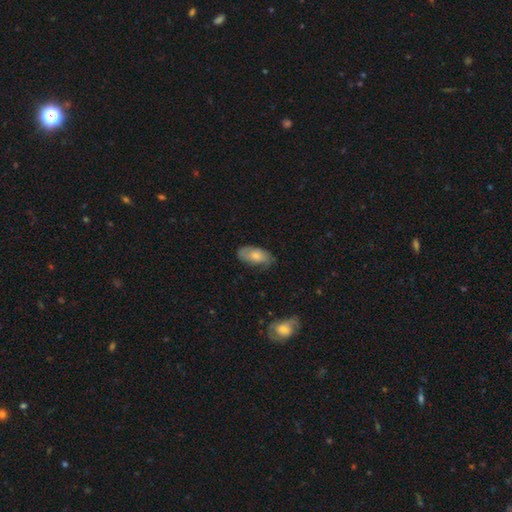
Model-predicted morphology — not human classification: smooth 65%, featured or disk 28%, star or artifact 7%. Down the decision tree: how rounded — in between (92%); merging — none (66%).